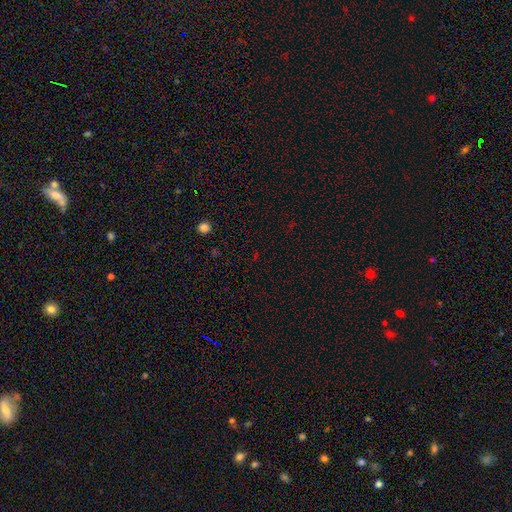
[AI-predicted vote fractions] Smooth or featured? Predicted: star or artifact (p=0.63).